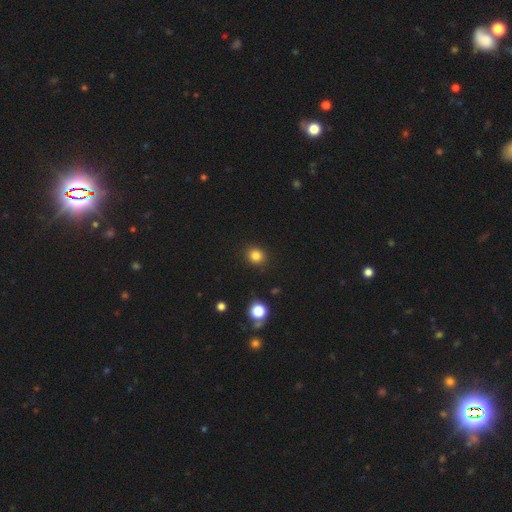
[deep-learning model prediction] Morphology: type=smooth (83%); roundness=round (78%); merging=none (90%).